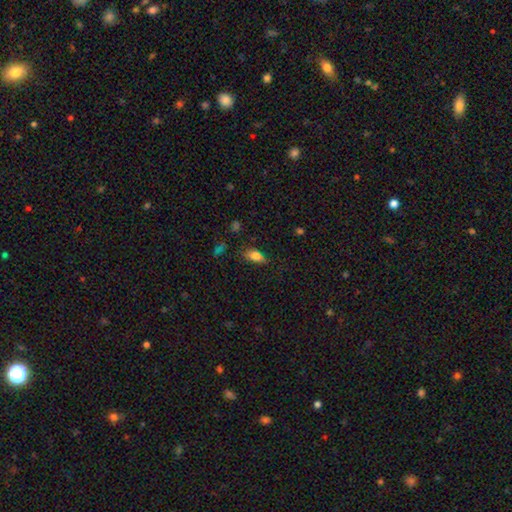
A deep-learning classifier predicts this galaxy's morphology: Smooth or featured? Predicted: smooth (p=0.80). How rounded? Predicted: in between (p=0.86). Merging? Predicted: none (p=0.71).